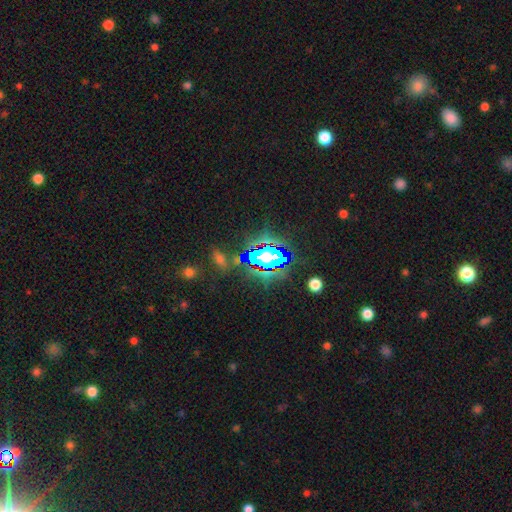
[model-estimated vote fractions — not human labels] smooth-or-featured: star or artifact: 78% | smooth: 14% | featured or disk: 8%